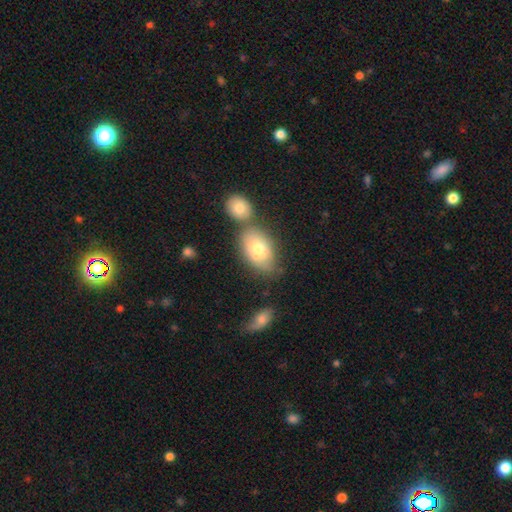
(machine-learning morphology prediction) Q: Smooth or featured?
A: smooth (64%); runner-up: featured or disk (24%)
Q: How rounded?
A: in between (84%); runner-up: round (14%)
Q: Merging?
A: none (49%); runner-up: merger (29%)